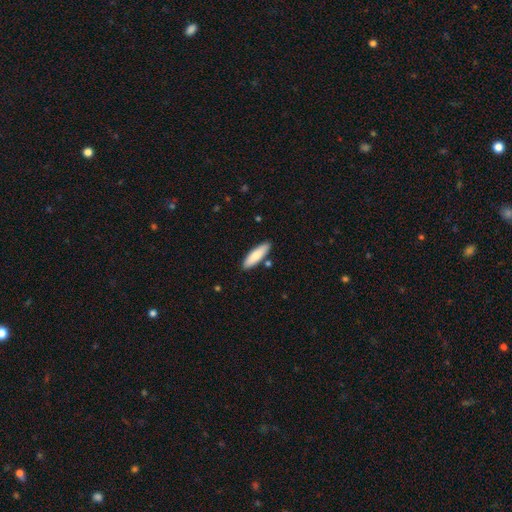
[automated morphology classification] smooth_or_featured: smooth (p=0.81) [alt: featured or disk p=0.14]
how_rounded: cigar-shaped (p=0.55) [alt: in between p=0.43]
merging: none (p=0.86) [alt: minor disturbance p=0.09]